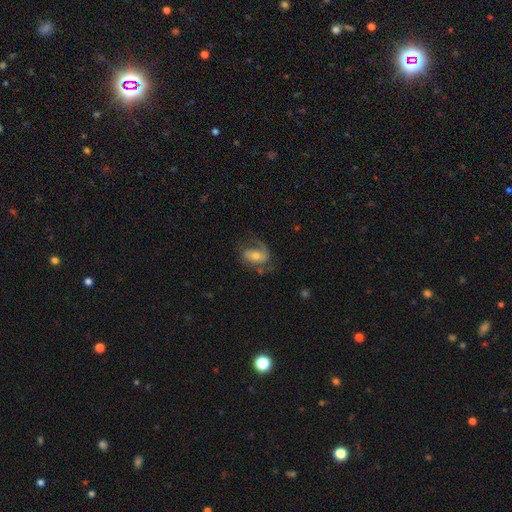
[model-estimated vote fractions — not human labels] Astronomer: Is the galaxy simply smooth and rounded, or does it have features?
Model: featured or disk — 66%.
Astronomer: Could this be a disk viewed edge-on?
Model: no — 96%.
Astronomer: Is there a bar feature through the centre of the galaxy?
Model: no — 44% (runner-up: weak, 36%).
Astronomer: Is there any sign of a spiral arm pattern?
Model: yes — 86%.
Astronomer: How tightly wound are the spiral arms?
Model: medium — 45% (runner-up: loose, 34%).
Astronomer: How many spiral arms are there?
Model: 2 — 54% (runner-up: 1, 34%).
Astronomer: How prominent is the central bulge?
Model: moderate — 55% (runner-up: small, 36%).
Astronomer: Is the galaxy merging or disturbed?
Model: none — 53%.